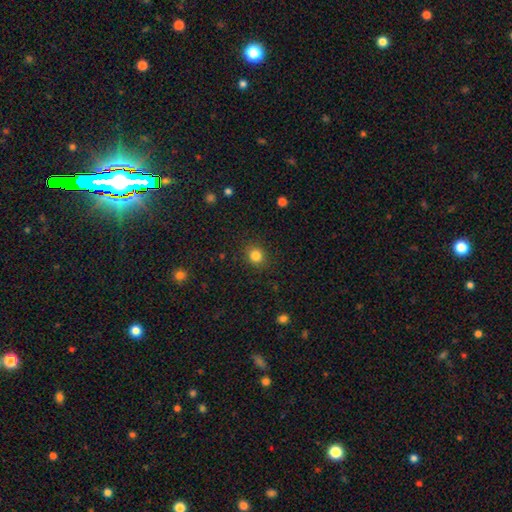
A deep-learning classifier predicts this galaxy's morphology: A smooth galaxy with no disk features (84%) that is round (83%).

Vote fractions:
- Smooth or featured? smooth: 84% / star or artifact: 12% / featured or disk: 5%
- How rounded? round: 83% / in between: 16% / cigar-shaped: 1%
- Merging? none: 89% / minor disturbance: 8% / major disturbance: 3% / merger: 1%